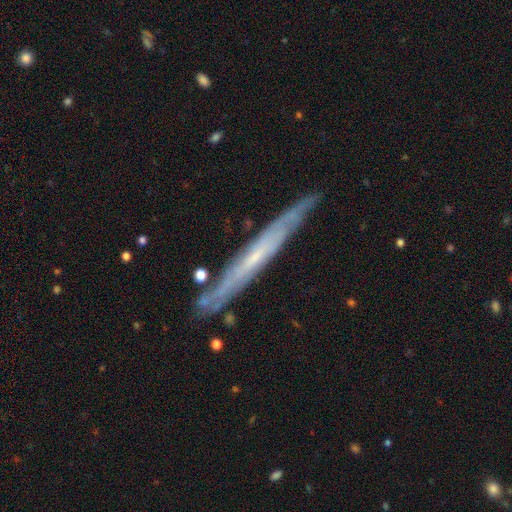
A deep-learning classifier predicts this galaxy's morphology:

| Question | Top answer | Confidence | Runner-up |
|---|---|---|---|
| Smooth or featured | featured or disk | 71% | smooth (23%) |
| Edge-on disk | yes | 84% | no (16%) |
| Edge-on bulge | none | 74% | rounded (23%) |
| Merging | none | 84% | minor disturbance (12%) |